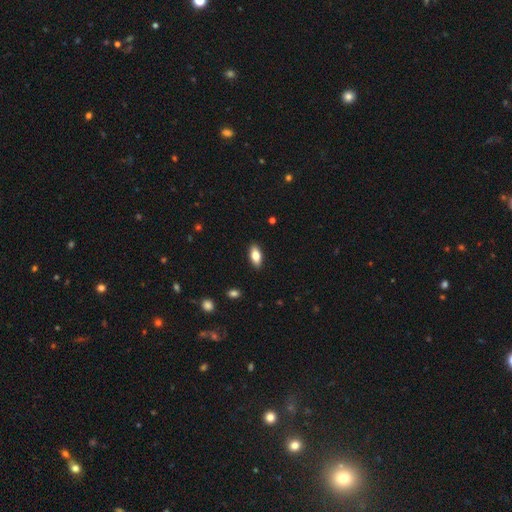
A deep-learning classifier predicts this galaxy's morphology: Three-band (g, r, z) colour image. It shows a smooth galaxy with no disk features (77%) that is in between round and cigar-shaped (85%). Merging: none (89%).